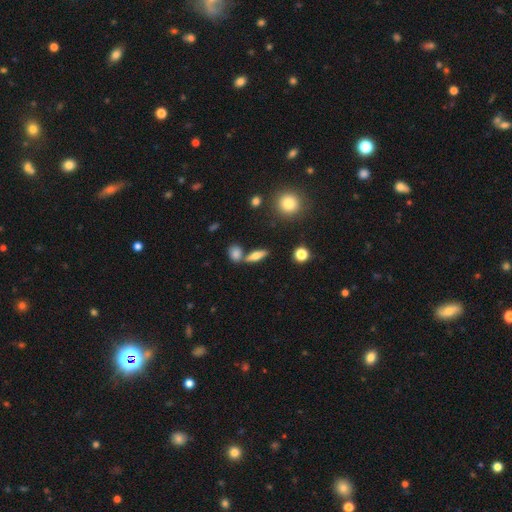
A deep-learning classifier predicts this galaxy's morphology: A smooth galaxy with no disk features (60%) that is in between round and cigar-shaped (49%).

Vote fractions:
- Smooth or featured? smooth: 60% / featured or disk: 30% / star or artifact: 10%
- How rounded? in between: 49% / cigar-shaped: 44% / round: 7%
- Merging? none: 68% / merger: 19% / minor disturbance: 10% / major disturbance: 3%